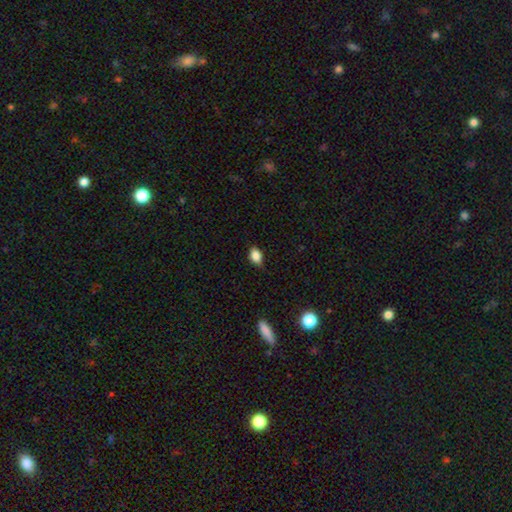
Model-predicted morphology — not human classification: This is clearly a smooth galaxy (84%). How rounded: clearly in between (80%). Merging: likely none (73%).